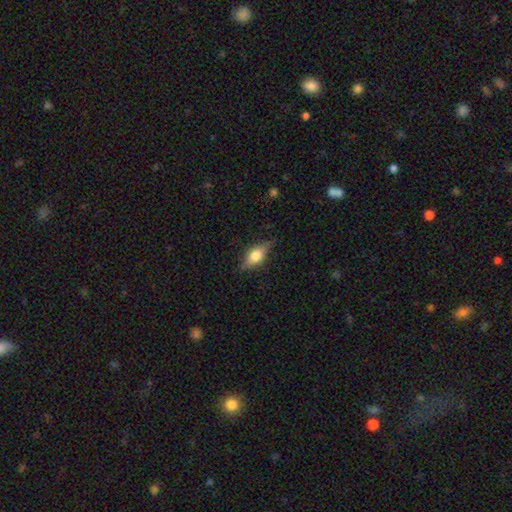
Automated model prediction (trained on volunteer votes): smooth_or_featured: featured or disk (p=0.47) [alt: smooth p=0.44]
merging: none (p=0.79) [alt: minor disturbance p=0.16]